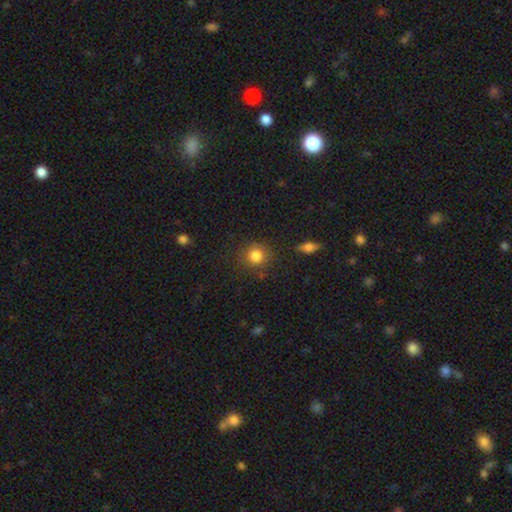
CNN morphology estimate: Smooth or featured?
  - smooth: 83% *
  - star or artifact: 10%
  - featured or disk: 7%
How rounded?
  - round: 90% *
  - in between: 9%
  - cigar-shaped: 1%
Merging?
  - none: 83% *
  - minor disturbance: 11%
  - major disturbance: 4%
  - merger: 2%